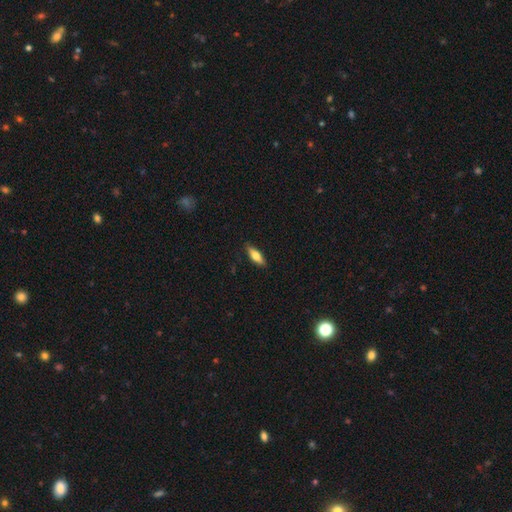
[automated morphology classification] Smooth or featured? smooth (63%)
How rounded? in between (54%)
Merging? none (88%)